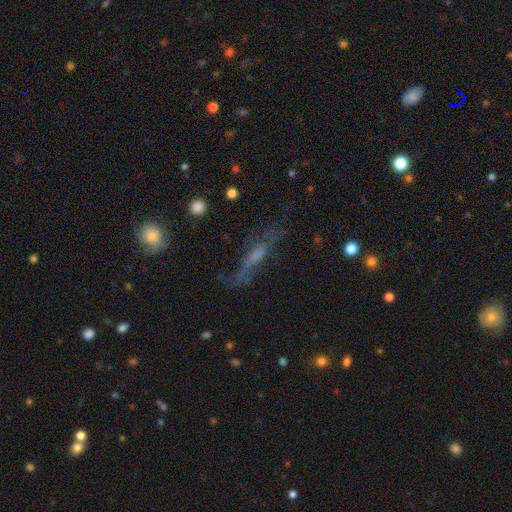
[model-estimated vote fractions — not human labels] This is possibly a featured or disk galaxy (52%). It is possibly viewed edge-on (58%). Merging: possibly none (55%).